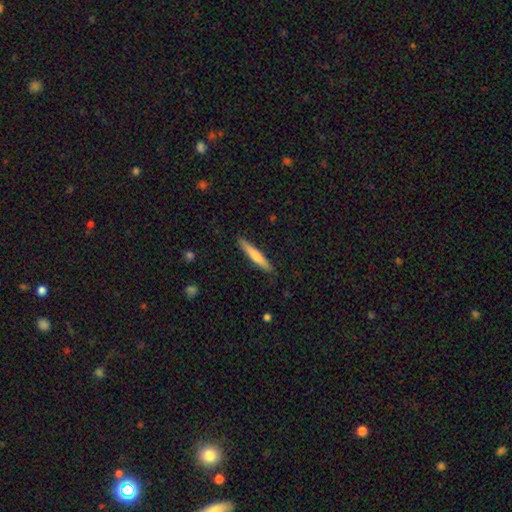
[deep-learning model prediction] Smooth or featured? smooth (67%)
How rounded? cigar-shaped (94%)
Merging? none (89%)